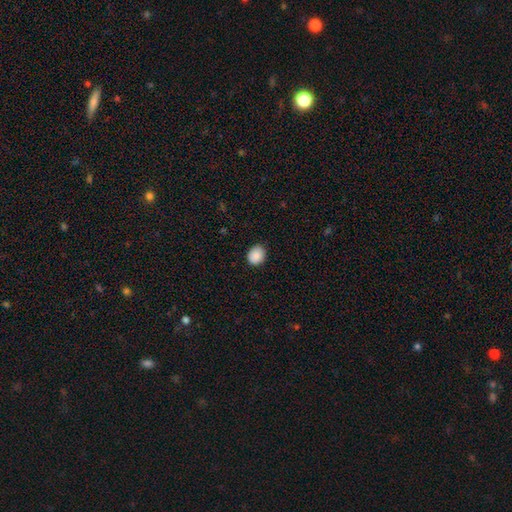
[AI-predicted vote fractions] smooth_or_featured: smooth (p=0.88) [alt: star or artifact p=0.08]
how_rounded: round (p=0.62) [alt: in between p=0.37]
merging: none (p=0.86) [alt: minor disturbance p=0.11]